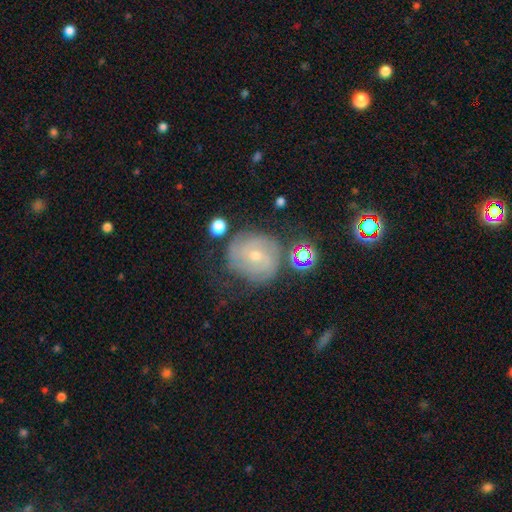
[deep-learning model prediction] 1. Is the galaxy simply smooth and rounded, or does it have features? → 69% featured or disk, 19% smooth, 12% star or artifact.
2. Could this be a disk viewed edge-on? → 97% no, 3% yes.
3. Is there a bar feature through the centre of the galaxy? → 58% no, 35% weak, 7% strong.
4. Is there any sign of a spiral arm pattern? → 89% yes, 11% no.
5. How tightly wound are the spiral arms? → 63% tight, 28% medium, 8% loose.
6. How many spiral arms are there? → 42% can't tell, 26% 2, 16% 3, 7% 4, 4% 1, 4% more than 4.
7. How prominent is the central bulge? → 62% small, 34% moderate, 2% none, 1% large, 1% dominant.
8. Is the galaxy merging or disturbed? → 63% none, 21% minor disturbance, 11% major disturbance, 4% merger.